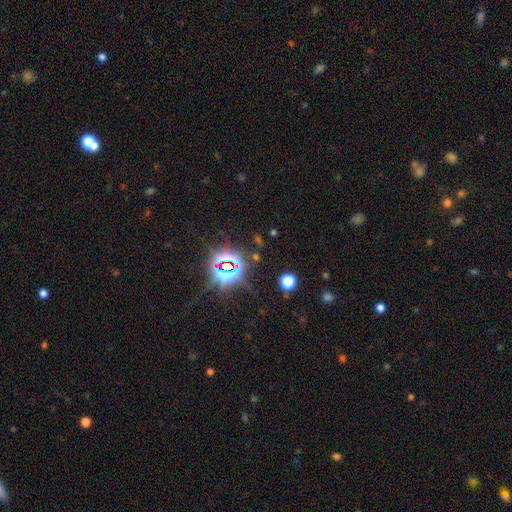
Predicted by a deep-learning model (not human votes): The model was most divided on "smooth or featured": star or artifact: 78%, smooth: 14%, featured or disk: 8%.